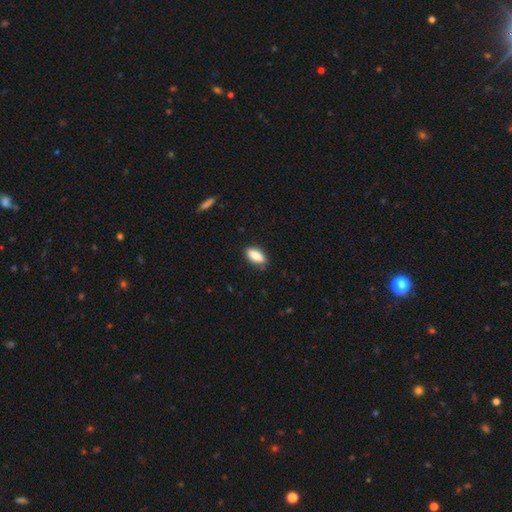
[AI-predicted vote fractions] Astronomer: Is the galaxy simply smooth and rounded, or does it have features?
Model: smooth — 82%.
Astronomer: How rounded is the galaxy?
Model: in between — 83%.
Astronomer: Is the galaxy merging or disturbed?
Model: none — 83%.